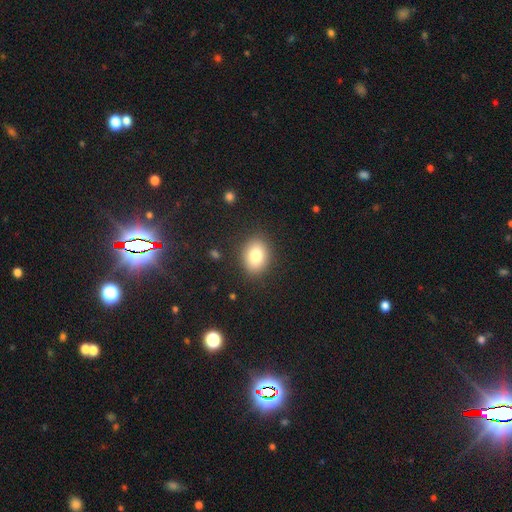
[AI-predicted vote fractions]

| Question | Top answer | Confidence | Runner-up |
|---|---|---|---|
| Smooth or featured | smooth | 82% | star or artifact (9%) |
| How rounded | in between | 63% | round (36%) |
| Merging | none | 87% | minor disturbance (9%) |